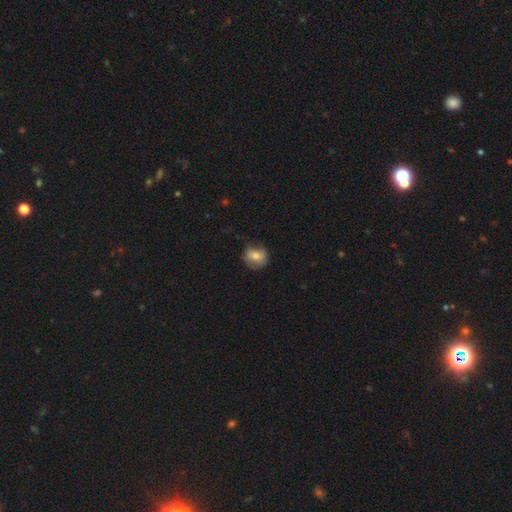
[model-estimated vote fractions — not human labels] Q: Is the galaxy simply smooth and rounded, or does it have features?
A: smooth — 68%.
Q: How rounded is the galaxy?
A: round — 80%.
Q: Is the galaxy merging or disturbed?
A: none — 69%.